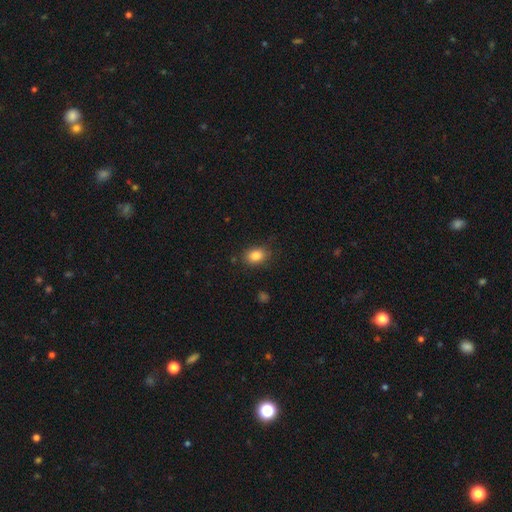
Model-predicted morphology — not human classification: smooth 84%, star or artifact 9%, featured or disk 7%. Down the decision tree: how rounded — in between (71%); merging — none (82%).